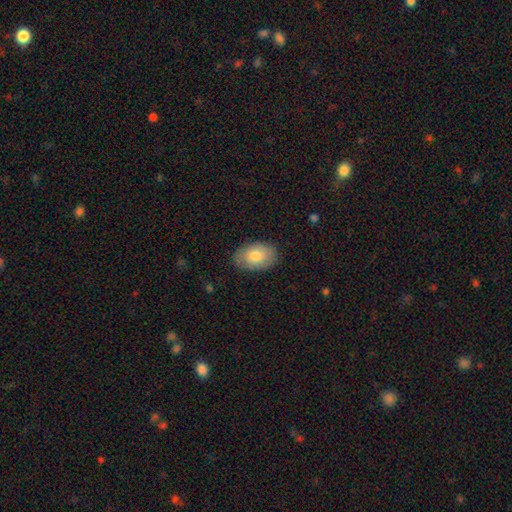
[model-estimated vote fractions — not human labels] Smooth or featured? Predicted: smooth (p=0.77). How rounded? Predicted: in between (p=0.89). Merging? Predicted: none (p=0.84).